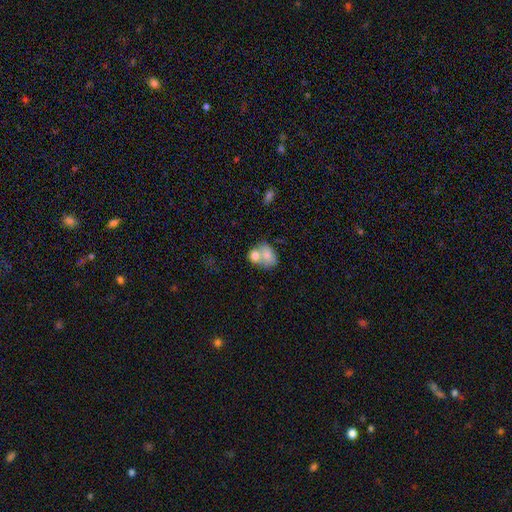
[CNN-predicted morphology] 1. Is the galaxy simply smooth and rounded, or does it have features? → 73% smooth, 19% featured or disk, 8% star or artifact.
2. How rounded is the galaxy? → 62% in between, 37% round, 1% cigar-shaped.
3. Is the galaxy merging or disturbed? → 64% merger, 23% none, 9% minor disturbance, 5% major disturbance.